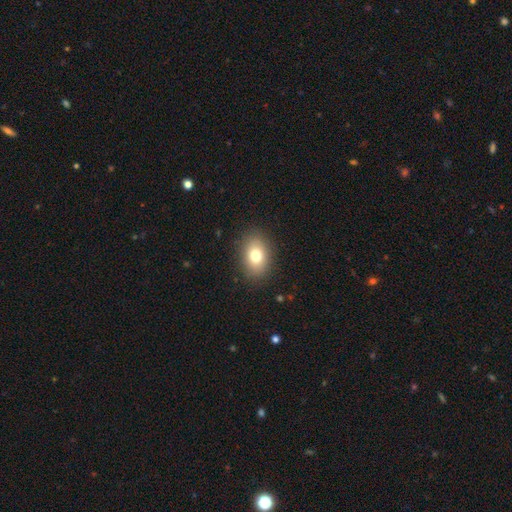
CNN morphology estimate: Smooth or featured?
  - smooth: 78% *
  - featured or disk: 12%
  - star or artifact: 10%
How rounded?
  - in between: 78% *
  - round: 20%
  - cigar-shaped: 1%
Merging?
  - none: 88% *
  - minor disturbance: 9%
  - major disturbance: 3%
  - merger: 1%